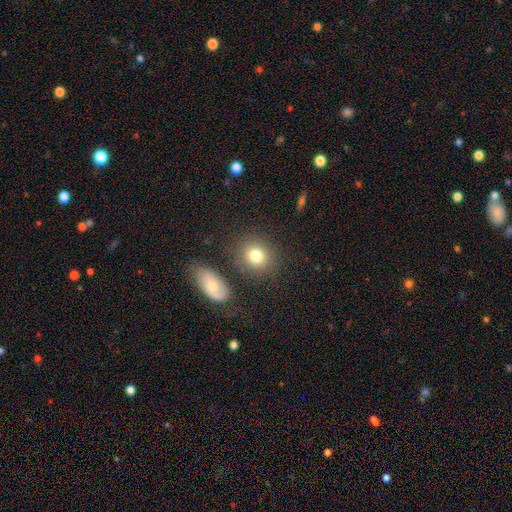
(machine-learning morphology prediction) A smooth galaxy with no disk features (79%) that is round (73%).

Vote fractions:
- Smooth or featured? smooth: 79% / star or artifact: 11% / featured or disk: 10%
- How rounded? round: 73% / in between: 26% / cigar-shaped: 1%
- Merging? none: 77% / minor disturbance: 10% / merger: 8% / major disturbance: 4%